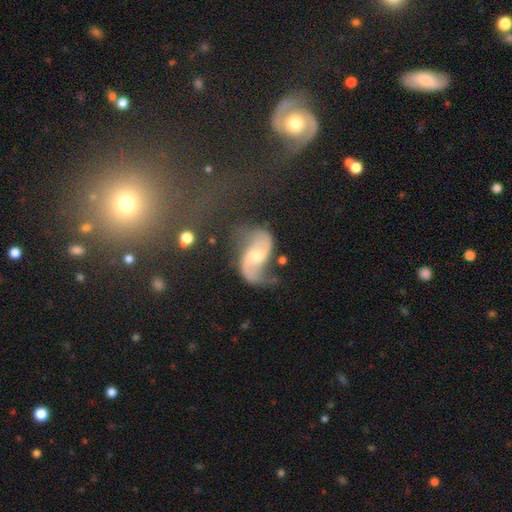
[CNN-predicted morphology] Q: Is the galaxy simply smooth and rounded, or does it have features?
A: featured or disk — 85%.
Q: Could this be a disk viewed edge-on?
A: no — 97%.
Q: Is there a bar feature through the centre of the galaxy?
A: no — 45%.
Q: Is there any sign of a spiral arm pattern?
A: yes — 94%.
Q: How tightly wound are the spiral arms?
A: loose — 72%.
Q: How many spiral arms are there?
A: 2 — 91%.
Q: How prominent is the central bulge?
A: moderate — 53%.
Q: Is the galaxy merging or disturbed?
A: none — 51%.